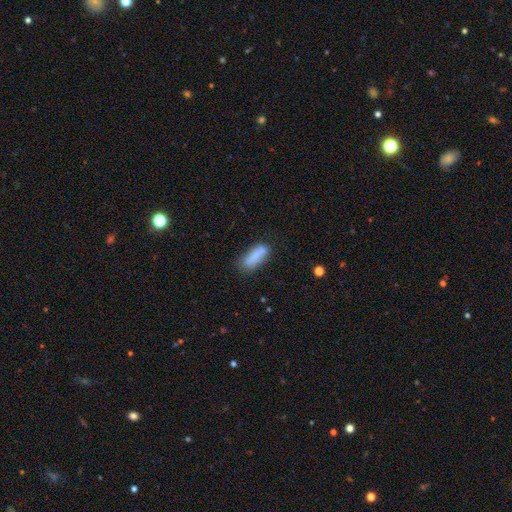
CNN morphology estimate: Smooth or featured?
  - smooth: 76% *
  - featured or disk: 16%
  - star or artifact: 8%
How rounded?
  - in between: 55% *
  - cigar-shaped: 42%
  - round: 2%
Merging?
  - none: 62% *
  - minor disturbance: 23%
  - merger: 8%
  - major disturbance: 7%